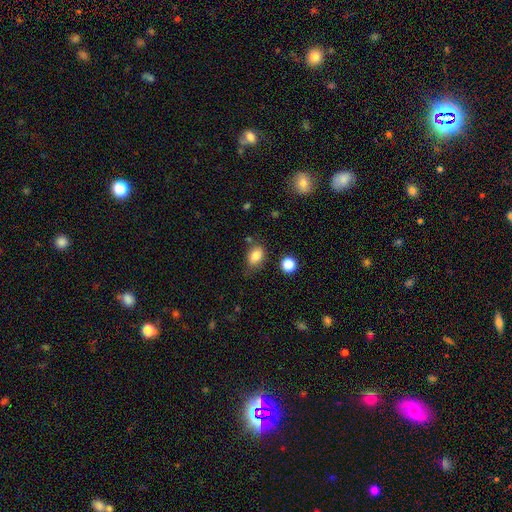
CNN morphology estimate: A smooth galaxy with no disk features (83%) that is in between round and cigar-shaped (76%).

Vote fractions:
- Smooth or featured? smooth: 83% / star or artifact: 10% / featured or disk: 7%
- How rounded? in between: 76% / round: 23% / cigar-shaped: 1%
- Merging? none: 71% / minor disturbance: 19% / merger: 6% / major disturbance: 5%